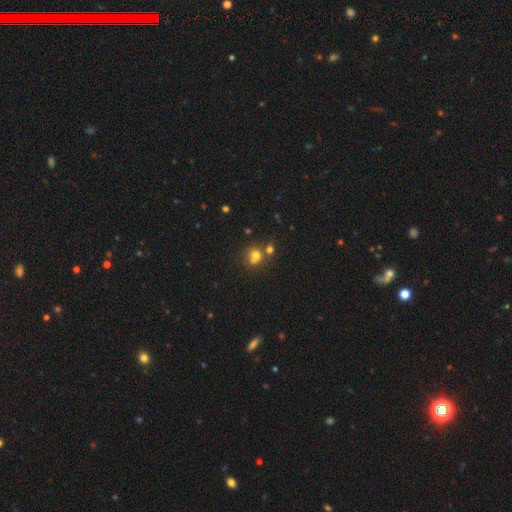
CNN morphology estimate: Smooth or featured: smooth — 71% (star or artifact — 16%)
How rounded: round — 79% (in between — 20%)
Merging: none — 47% (merger — 38%)